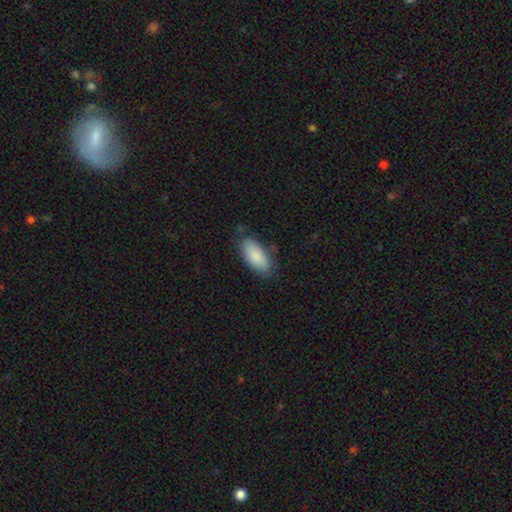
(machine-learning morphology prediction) Overall: smooth (87%). How rounded: in between (90%). Merging: none (71%).